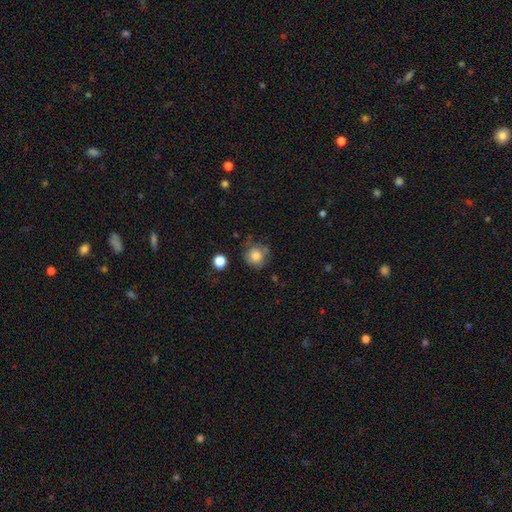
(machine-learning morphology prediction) The model was most divided on "merging": none: 65%, minor disturbance: 22%, major disturbance: 8%, merger: 5%. More confident: how rounded — round (88%); smooth or featured — smooth (79%).